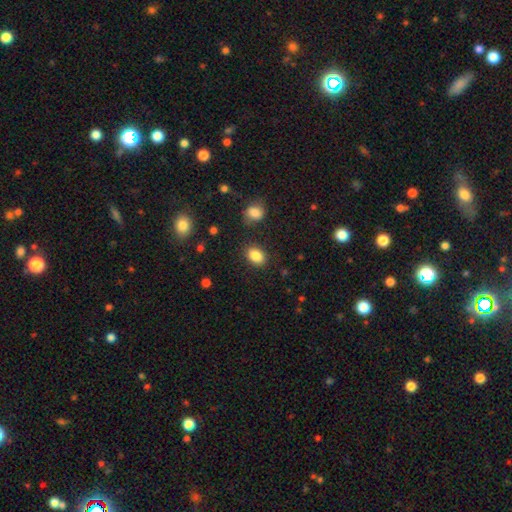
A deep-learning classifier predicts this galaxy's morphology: Overall: smooth (86%). How rounded: in between (77%). Merging: none (84%).